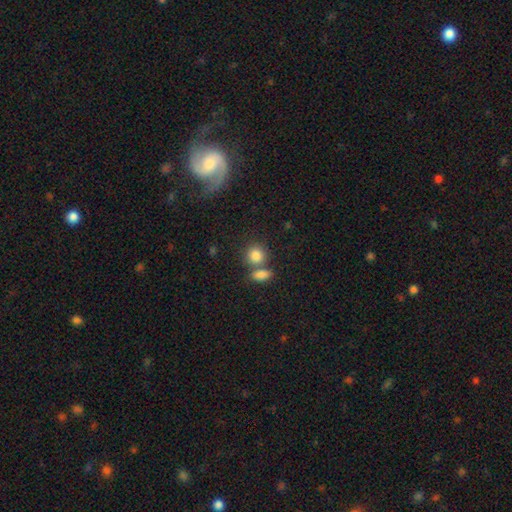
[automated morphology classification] smooth 84%, star or artifact 9%, featured or disk 7%. Down the decision tree: how rounded — round (73%); merging — none (52%).